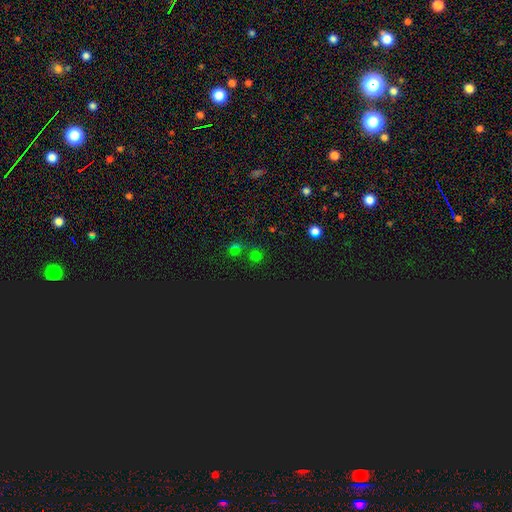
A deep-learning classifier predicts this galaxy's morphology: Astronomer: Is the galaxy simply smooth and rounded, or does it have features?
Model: star or artifact — 52% (runner-up: smooth, 41%).